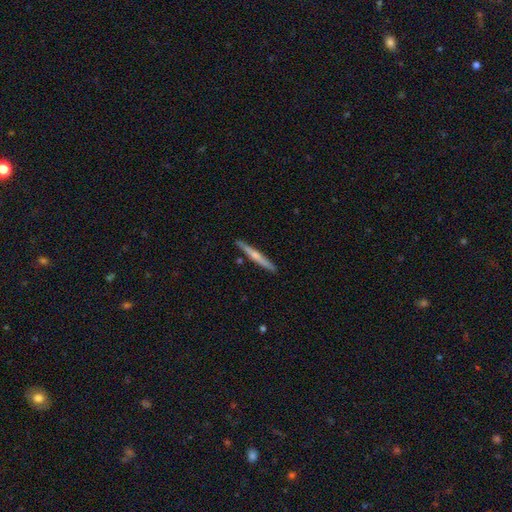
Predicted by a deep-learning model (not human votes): Q: Smooth or featured?
A: featured or disk (54%); runner-up: smooth (41%)
Q: Edge-on disk?
A: yes (97%); runner-up: no (3%)
Q: Edge-on bulge?
A: rounded (61%); runner-up: none (33%)
Q: Merging?
A: none (89%); runner-up: minor disturbance (8%)